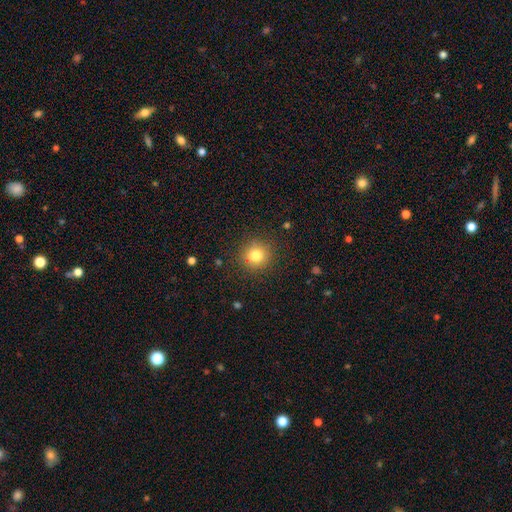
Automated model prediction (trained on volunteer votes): This is likely a smooth galaxy (79%). How rounded: clearly round (93%). Merging: clearly none (88%).